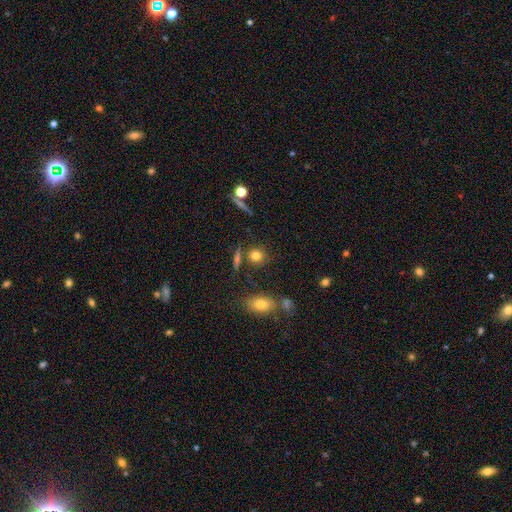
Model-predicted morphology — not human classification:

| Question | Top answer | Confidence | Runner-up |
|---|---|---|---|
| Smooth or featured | smooth | 78% | star or artifact (12%) |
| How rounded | round | 79% | in between (18%) |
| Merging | none | 75% | minor disturbance (11%) |